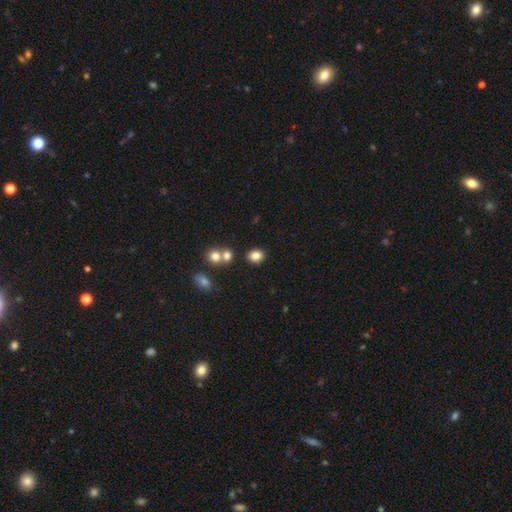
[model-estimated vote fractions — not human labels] Q: Smooth or featured?
A: smooth (83%); runner-up: star or artifact (11%)
Q: How rounded?
A: in between (55%); runner-up: round (44%)
Q: Merging?
A: none (78%); runner-up: merger (10%)